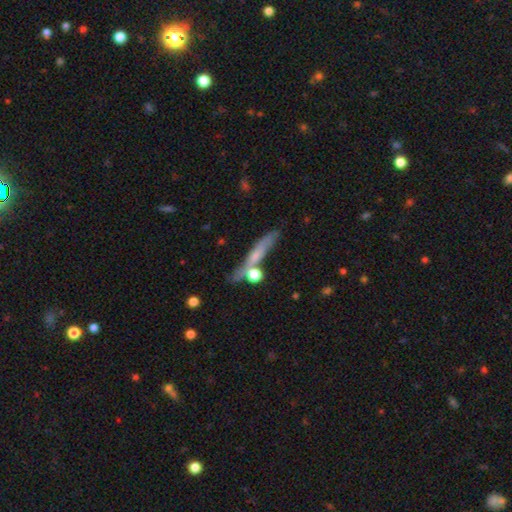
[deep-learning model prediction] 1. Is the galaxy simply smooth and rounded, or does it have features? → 51% smooth, 38% featured or disk, 10% star or artifact.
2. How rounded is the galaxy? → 83% cigar-shaped, 10% in between, 7% round.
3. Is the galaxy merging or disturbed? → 64% none, 17% minor disturbance, 12% merger, 7% major disturbance.